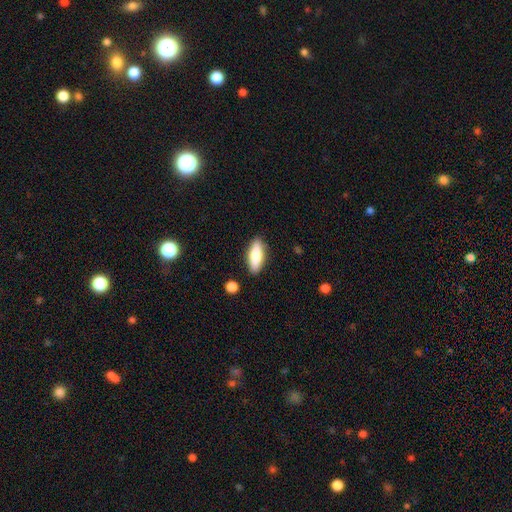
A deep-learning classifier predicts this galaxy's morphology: Smooth or featured: smooth — 78% (featured or disk — 16%)
How rounded: in between — 67% (cigar-shaped — 30%)
Merging: none — 86% (minor disturbance — 10%)